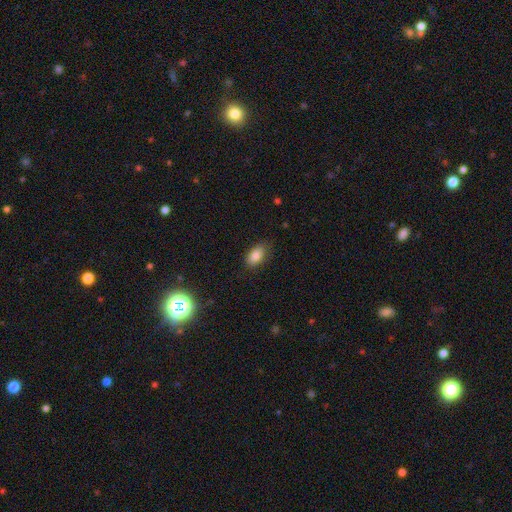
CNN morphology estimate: Smooth or featured? Predicted: smooth (p=0.83). How rounded? Predicted: in between (p=0.90). Merging? Predicted: none (p=0.81).